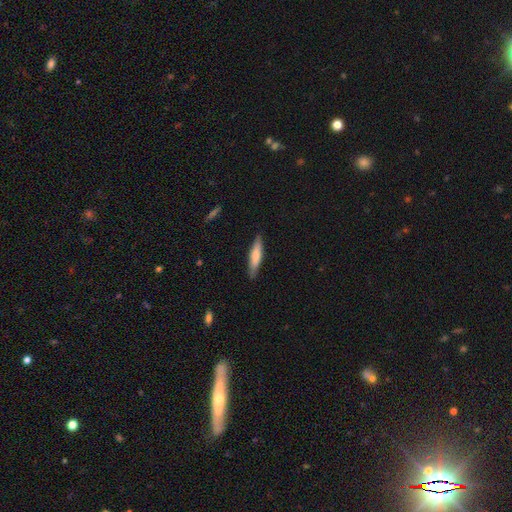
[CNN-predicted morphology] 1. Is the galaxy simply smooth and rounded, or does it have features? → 70% smooth, 25% featured or disk, 5% star or artifact.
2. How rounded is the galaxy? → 82% cigar-shaped, 16% in between, 1% round.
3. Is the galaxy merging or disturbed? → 86% none, 11% minor disturbance, 2% major disturbance, 1% merger.